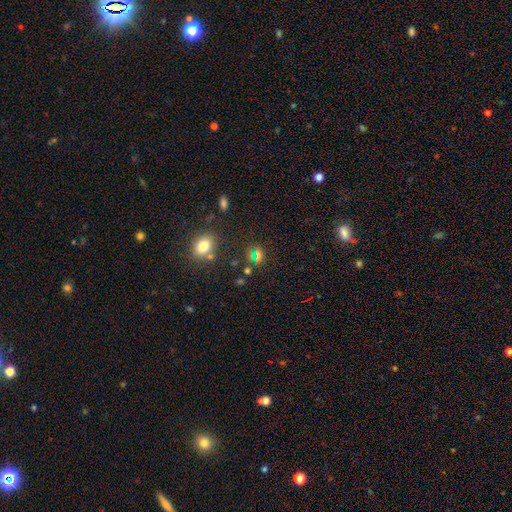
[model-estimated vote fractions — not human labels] This is marginally a star or artifact rather than a galaxy (44%, tied with smooth).